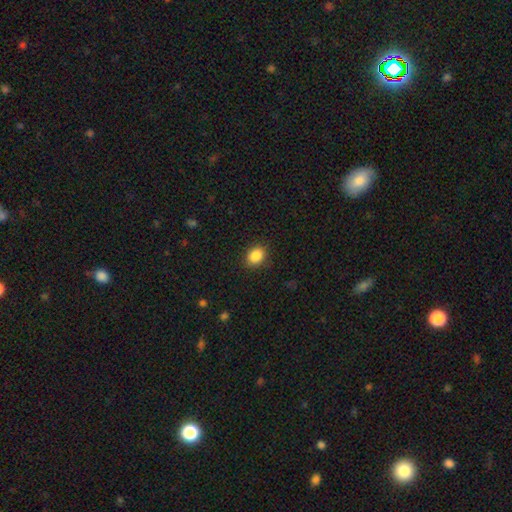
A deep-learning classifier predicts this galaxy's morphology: Smooth or featured? smooth (87%)
How rounded? in between (55%)
Merging? none (88%)